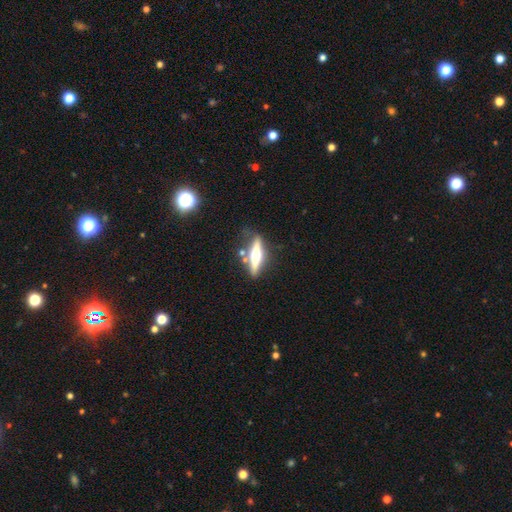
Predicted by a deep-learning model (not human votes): smooth-or-featured: featured or disk: 64% | smooth: 30% | star or artifact: 6%
  disk-edge-on: yes: 95% | no: 5%
    edge-on-bulge: rounded: 91% | boxy: 5% | none: 4%
  merging: none: 75% | minor disturbance: 14% | merger: 7% | major disturbance: 4%